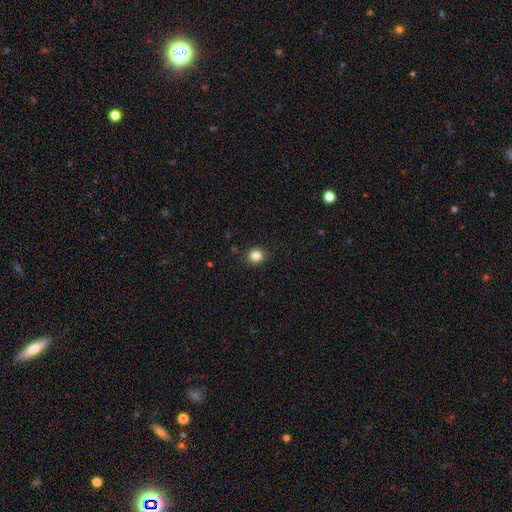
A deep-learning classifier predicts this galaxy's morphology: Smooth or featured: smooth — 83% (star or artifact — 12%)
How rounded: round — 86% (in between — 13%)
Merging: none — 90% (minor disturbance — 7%)